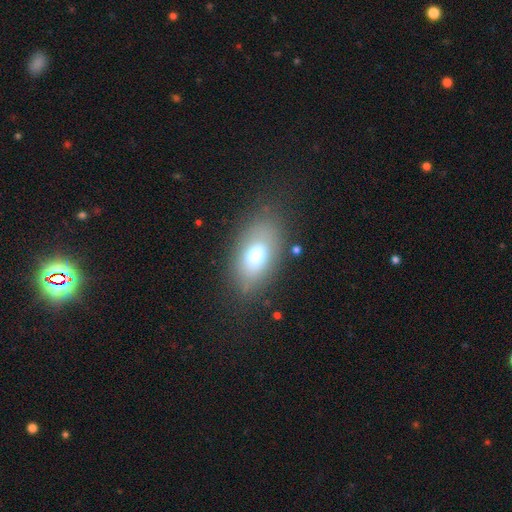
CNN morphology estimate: Q: Smooth or featured?
A: smooth (70%); runner-up: featured or disk (19%)
Q: How rounded?
A: in between (88%); runner-up: round (9%)
Q: Merging?
A: none (76%); runner-up: minor disturbance (15%)